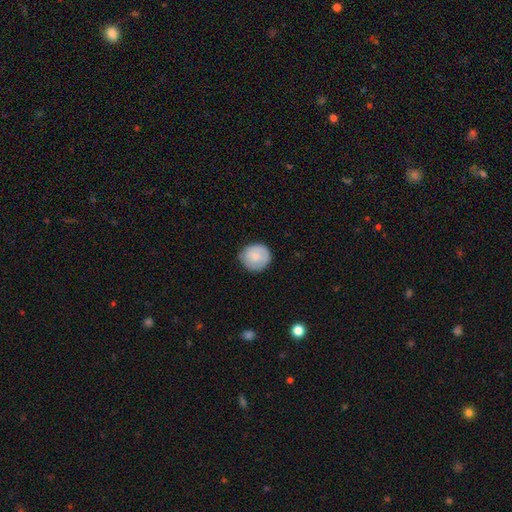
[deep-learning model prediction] Smooth or featured: smooth — 79% (featured or disk — 15%)
How rounded: round — 88% (in between — 11%)
Merging: none — 79% (minor disturbance — 16%)